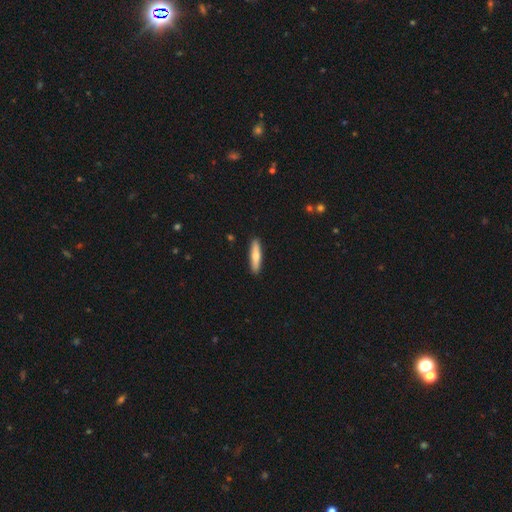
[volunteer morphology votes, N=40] Volunteers were most divided on "smooth or featured": smooth: 72%, featured or disk: 25%, star or artifact: 2%. More confident: merging — none (92%); how rounded — cigar-shaped (90%).